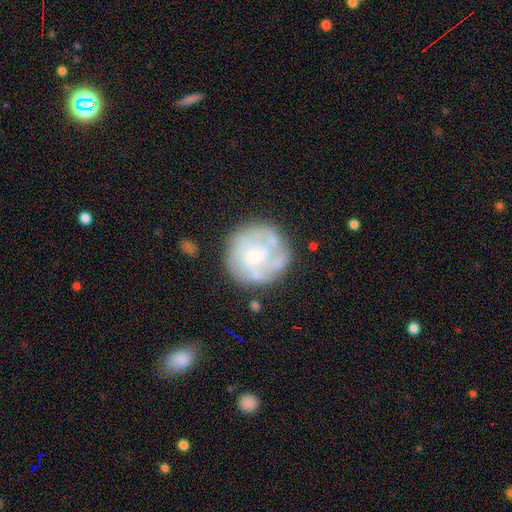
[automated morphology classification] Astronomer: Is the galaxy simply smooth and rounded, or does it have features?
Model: featured or disk — 63%.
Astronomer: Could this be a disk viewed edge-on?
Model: no — 98%.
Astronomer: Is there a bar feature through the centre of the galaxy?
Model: no — 74%.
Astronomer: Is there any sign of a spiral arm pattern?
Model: yes — 58% (runner-up: no, 42%).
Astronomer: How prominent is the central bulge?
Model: small — 44% (runner-up: moderate, 33%).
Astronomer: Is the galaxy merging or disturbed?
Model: none — 73%.